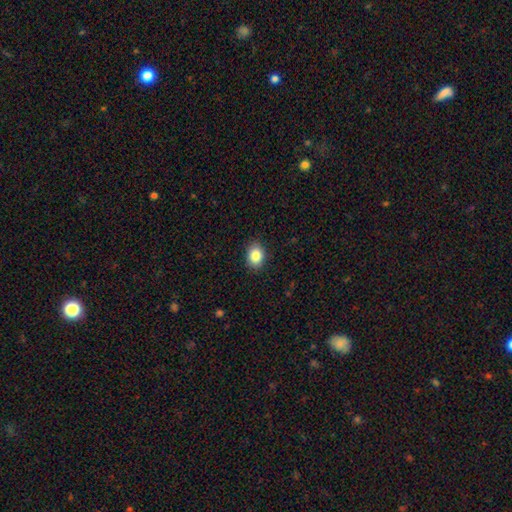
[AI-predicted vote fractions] A smooth galaxy with no disk features (85%) that is in between round and cigar-shaped (68%). Merging: none (89%).